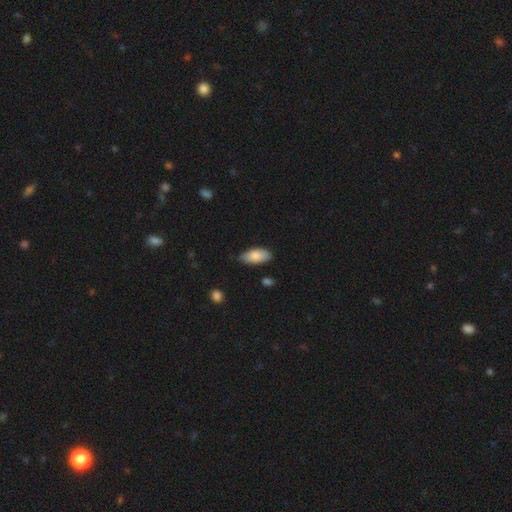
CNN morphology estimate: Smooth or featured? Predicted: smooth (p=0.84). How rounded? Predicted: in between (p=0.91). Merging? Predicted: none (p=0.77).